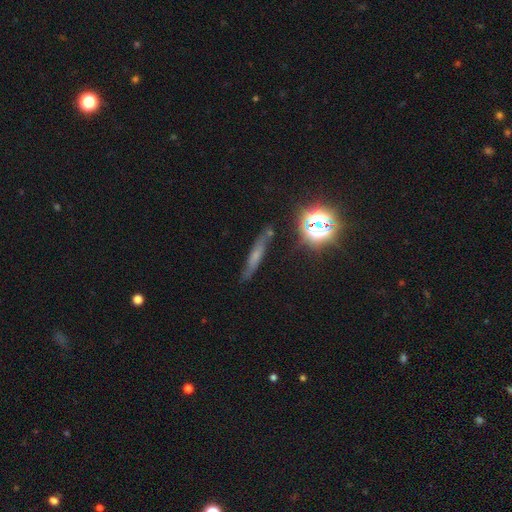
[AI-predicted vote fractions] Smooth or featured: featured or disk — 41% (smooth — 38%)
Merging: none — 77% (minor disturbance — 16%)